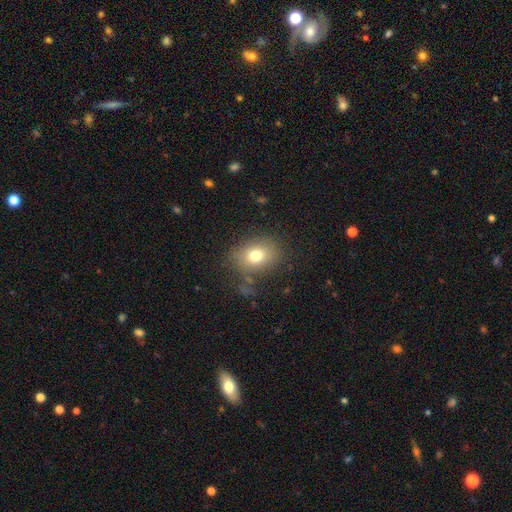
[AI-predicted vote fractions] Smooth or featured?
  - smooth: 75% *
  - featured or disk: 13%
  - star or artifact: 12%
How rounded?
  - in between: 59% *
  - round: 40%
  - cigar-shaped: 1%
Merging?
  - none: 75% *
  - minor disturbance: 15%
  - major disturbance: 7%
  - merger: 3%